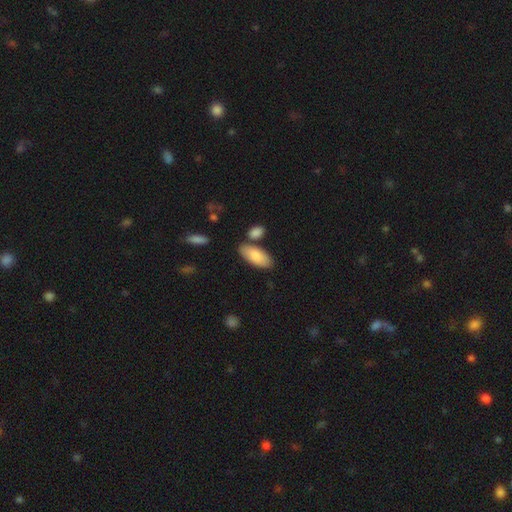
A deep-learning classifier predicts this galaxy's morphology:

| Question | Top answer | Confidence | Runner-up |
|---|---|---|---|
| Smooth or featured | smooth | 84% | featured or disk (10%) |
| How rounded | in between | 87% | cigar-shaped (11%) |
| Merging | none | 73% | minor disturbance (12%) |